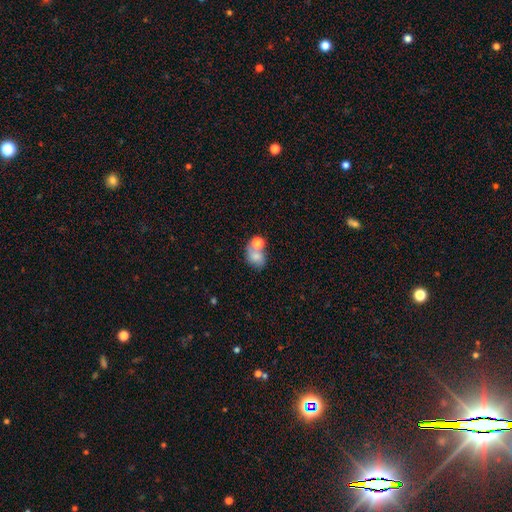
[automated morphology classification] smooth_or_featured: smooth (p=0.69) [alt: featured or disk p=0.19]
how_rounded: in between (p=0.53) [alt: round p=0.46]
merging: merger (p=0.44) [alt: none p=0.35]